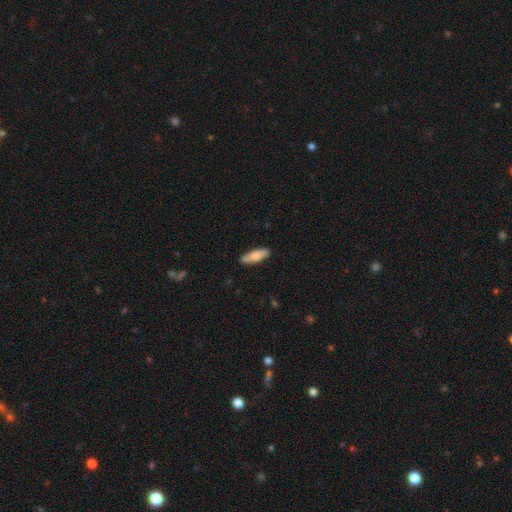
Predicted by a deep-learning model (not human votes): Smooth or featured: smooth — 71% (featured or disk — 24%)
How rounded: in between — 56% (cigar-shaped — 42%)
Merging: none — 87% (minor disturbance — 10%)